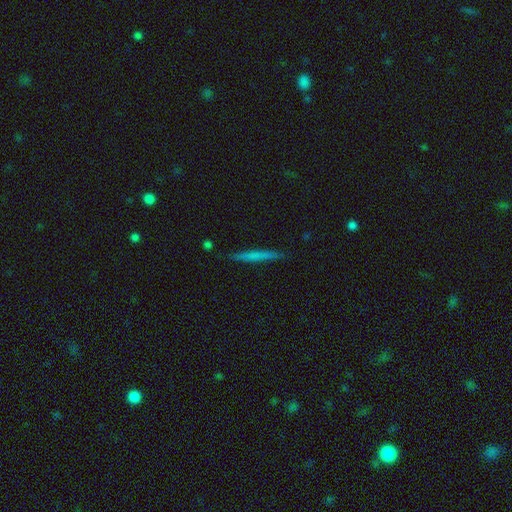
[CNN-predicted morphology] smooth 58%, featured or disk 36%, star or artifact 6%. Down the decision tree: how rounded — cigar-shaped (96%); merging — none (89%).